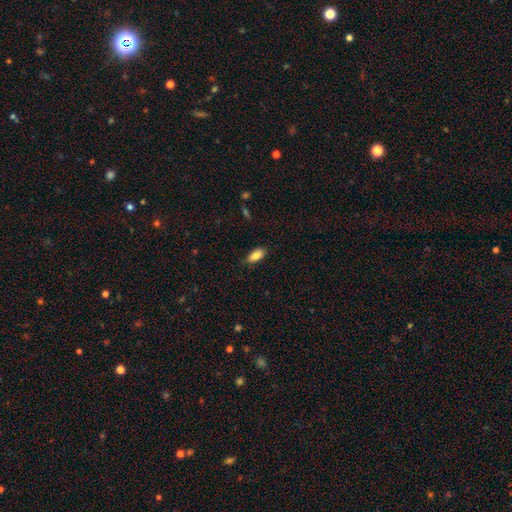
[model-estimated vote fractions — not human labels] Smooth or featured?
  - smooth: 84% *
  - featured or disk: 8%
  - star or artifact: 7%
How rounded?
  - in between: 88% *
  - cigar-shaped: 9%
  - round: 3%
Merging?
  - none: 78% *
  - minor disturbance: 18%
  - major disturbance: 3%
  - merger: 1%